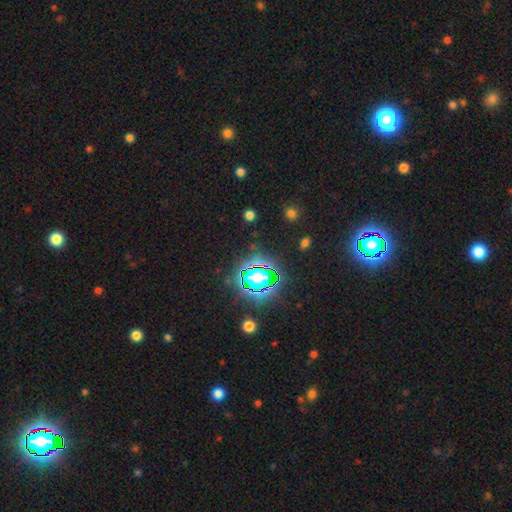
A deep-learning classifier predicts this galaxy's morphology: The model was most divided on "smooth or featured": star or artifact: 75%, smooth: 16%, featured or disk: 9%.